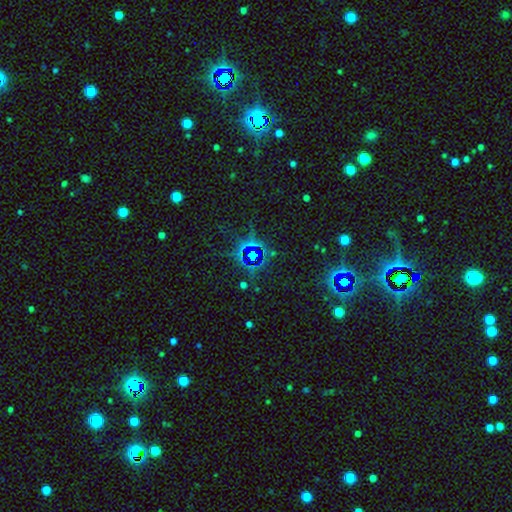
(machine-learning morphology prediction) Smooth or featured? star or artifact (79%)